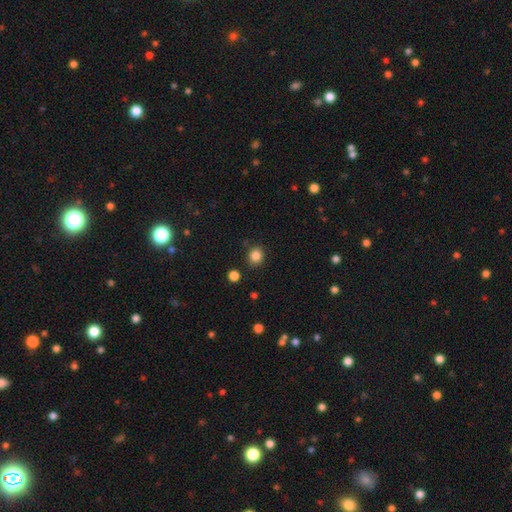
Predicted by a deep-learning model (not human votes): This appears to be a smooth galaxy with no disk features (85%) that is round (76%). Merging: none (85%).